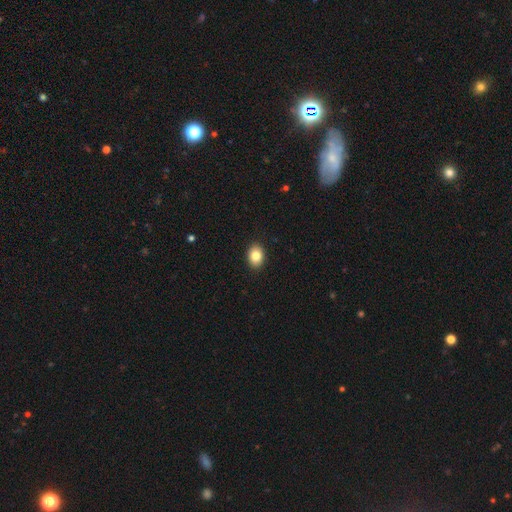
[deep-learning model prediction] Smooth or featured: smooth — 84% (star or artifact — 8%)
How rounded: in between — 70% (round — 29%)
Merging: none — 91% (minor disturbance — 6%)